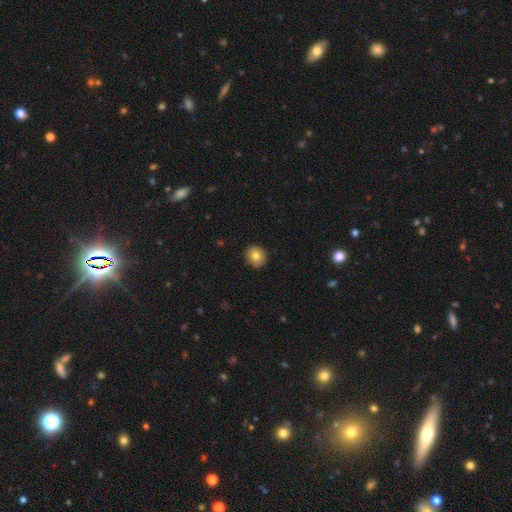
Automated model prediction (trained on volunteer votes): smooth 80%, featured or disk 11%, star or artifact 9%. Down the decision tree: how rounded — round (89%); merging — none (89%).